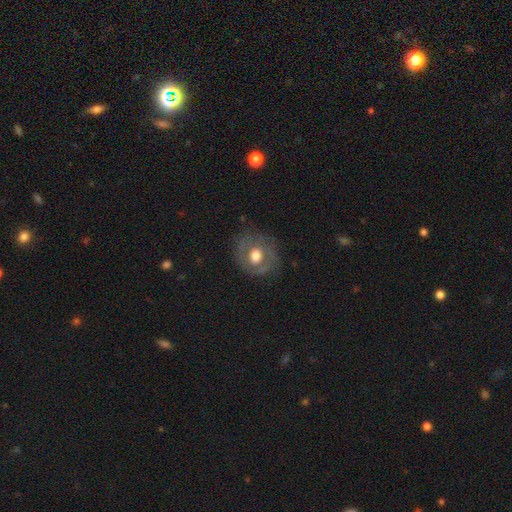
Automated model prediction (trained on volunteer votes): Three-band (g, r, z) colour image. It shows a featured or disk galaxy (50%). Merging: none (70%).